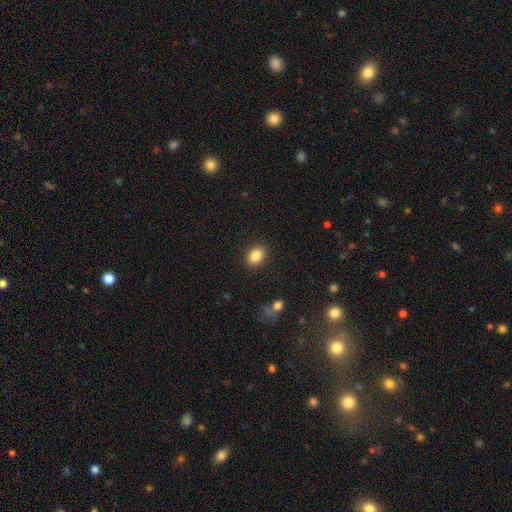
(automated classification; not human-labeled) Smooth or featured: smooth — 86% (star or artifact — 9%)
How rounded: in between — 74% (round — 25%)
Merging: none — 87% (minor disturbance — 8%)